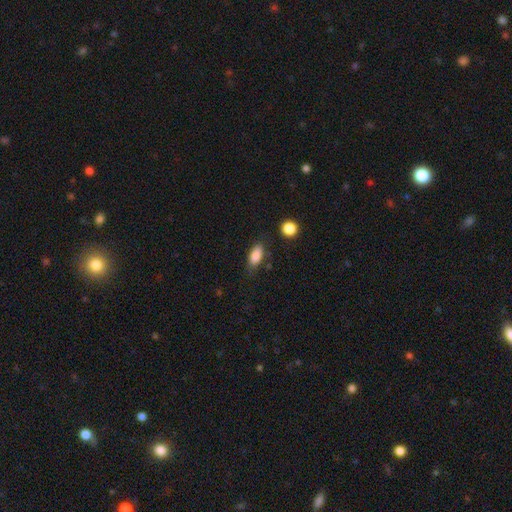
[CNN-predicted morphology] A smooth galaxy with no disk features (85%) that is in between round and cigar-shaped (85%). Merging: none (72%).